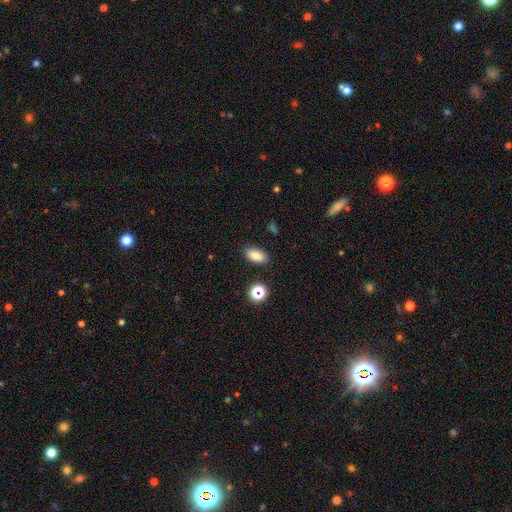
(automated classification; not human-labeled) A smooth galaxy with no disk features (84%) that is in between round and cigar-shaped (89%).

Vote fractions:
- Smooth or featured? smooth: 84% / star or artifact: 10% / featured or disk: 5%
- How rounded? in between: 89% / round: 7% / cigar-shaped: 5%
- Merging? none: 87% / minor disturbance: 9% / major disturbance: 2% / merger: 2%